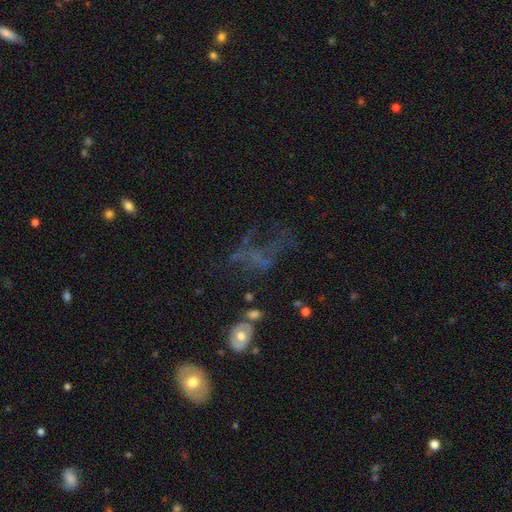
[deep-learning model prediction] smooth_or_featured: featured or disk (p=0.42) [alt: star or artifact p=0.31]
merging: major disturbance (p=0.41) [alt: none p=0.37]